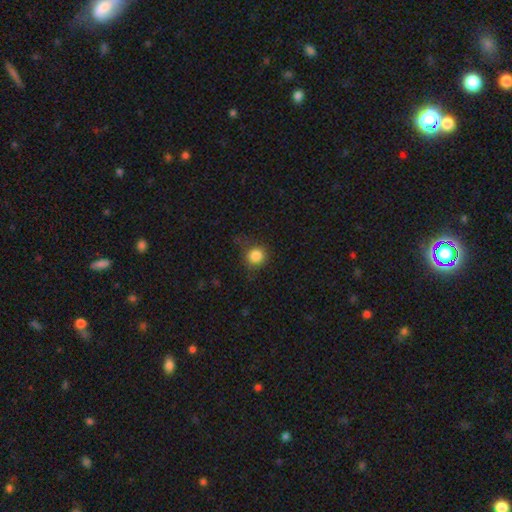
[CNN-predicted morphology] Smooth or featured: smooth — 85% (star or artifact — 11%)
How rounded: round — 89% (in between — 10%)
Merging: none — 73% (minor disturbance — 19%)